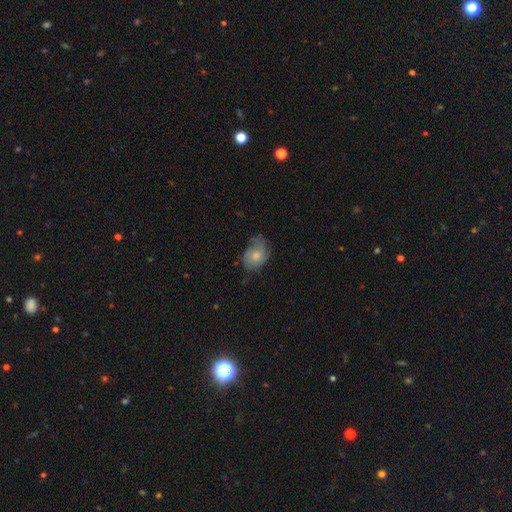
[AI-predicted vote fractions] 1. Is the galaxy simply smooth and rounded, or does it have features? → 63% smooth, 30% featured or disk, 8% star or artifact.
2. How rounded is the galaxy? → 69% in between, 30% round, 1% cigar-shaped.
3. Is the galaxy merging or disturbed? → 45% none, 36% minor disturbance, 17% major disturbance, 2% merger.